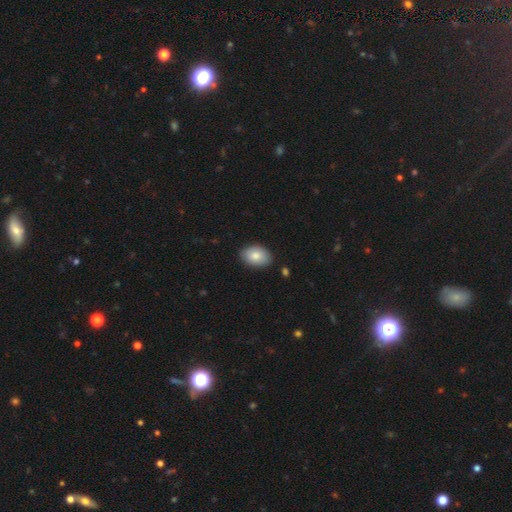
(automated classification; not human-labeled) This is clearly a smooth galaxy (83%). How rounded: clearly in between (85%). Merging: clearly none (86%).